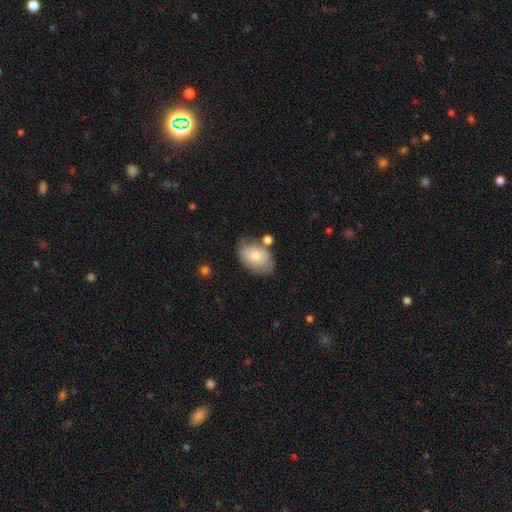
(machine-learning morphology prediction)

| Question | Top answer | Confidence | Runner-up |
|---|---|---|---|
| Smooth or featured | smooth | 67% | featured or disk (26%) |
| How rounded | in between | 84% | round (15%) |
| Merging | none | 65% | minor disturbance (20%) |